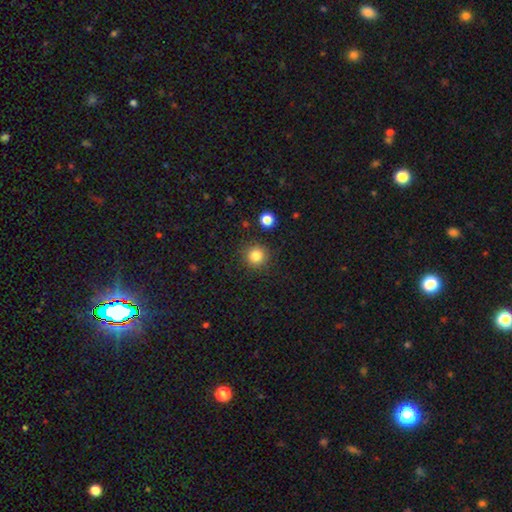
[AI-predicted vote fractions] Overall: smooth (84%). How rounded: round (93%). Merging: none (88%).